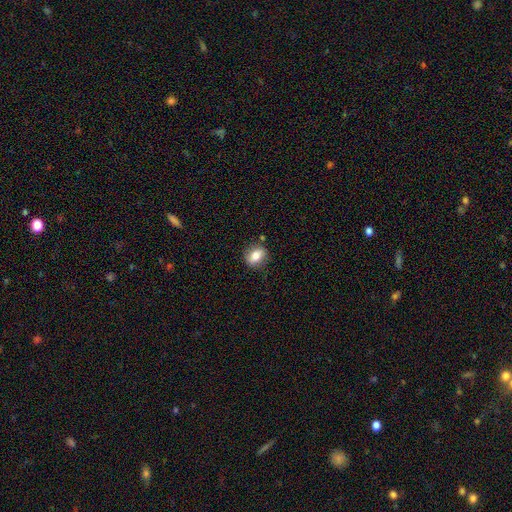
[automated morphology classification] Overall: smooth (76%). How rounded: in between (55%; round 43%). Merging: none (82%).